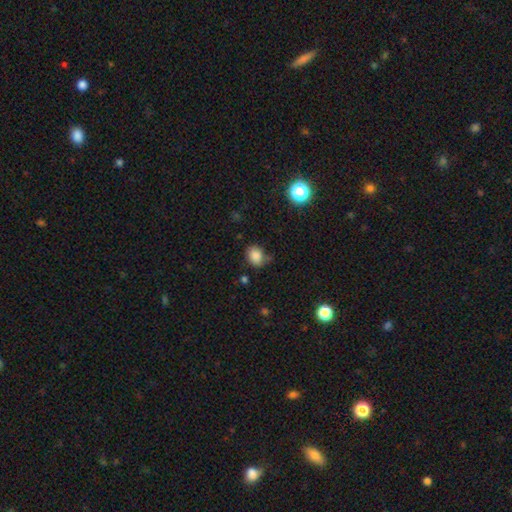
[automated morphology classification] type=smooth (84%); roundness=in between (50%); merging=none (64%).